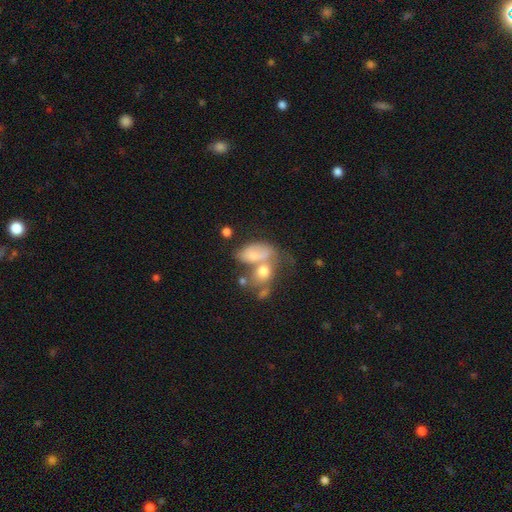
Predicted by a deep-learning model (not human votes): smooth_or_featured: smooth (p=0.60) [alt: featured or disk p=0.29]
how_rounded: in between (p=0.83) [alt: round p=0.14]
merging: merger (p=0.54) [alt: none p=0.21]